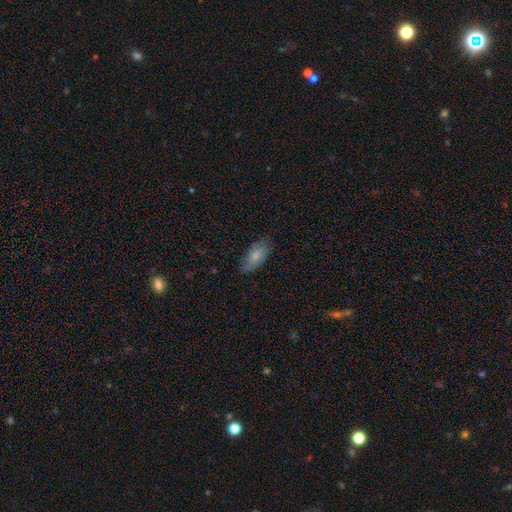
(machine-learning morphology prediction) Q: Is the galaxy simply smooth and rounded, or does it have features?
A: smooth — 72%.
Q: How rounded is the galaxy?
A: in between — 89%.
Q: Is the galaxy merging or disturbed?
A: none — 70%.